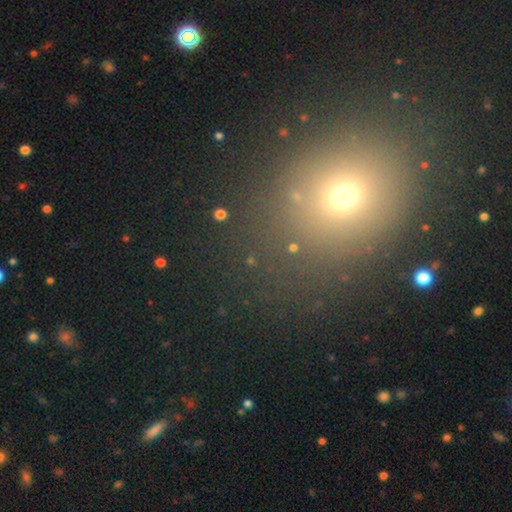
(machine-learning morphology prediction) A smooth galaxy with no disk features (57%) that is round (63%). Merging: none (83%).